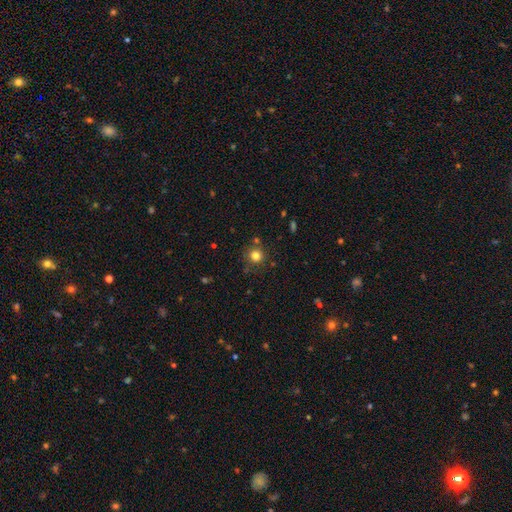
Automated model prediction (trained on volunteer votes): smooth_or_featured: smooth (p=0.79) [alt: star or artifact p=0.14]
how_rounded: round (p=0.92) [alt: in between p=0.07]
merging: none (p=0.82) [alt: minor disturbance p=0.10]